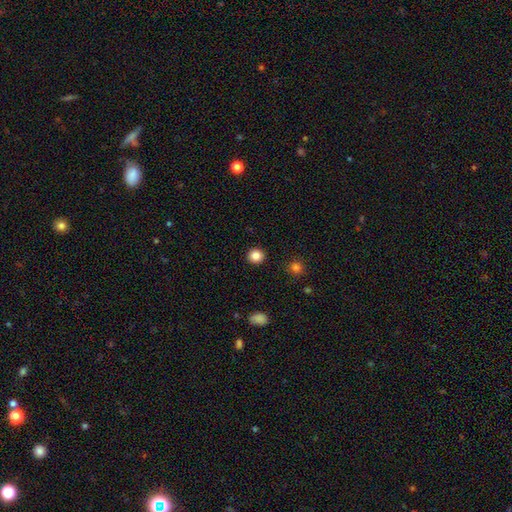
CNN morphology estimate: Smooth or featured? smooth (85%)
How rounded? round (93%)
Merging? none (93%)